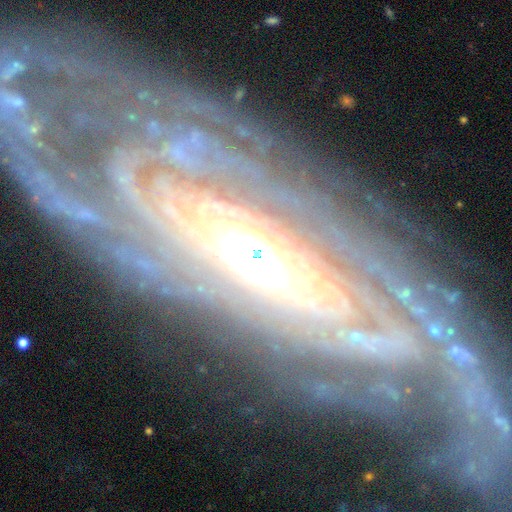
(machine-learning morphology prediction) A featured or disk galaxy (83%) with no bar (57%), tight (69%) spiral arms (81%) and a moderate central bulge (53%).

Vote fractions:
- Smooth or featured? featured or disk: 83% / smooth: 9% / star or artifact: 8%
- Edge-on disk? no: 81% / yes: 19%
- Bar? no: 57% / weak: 25% / strong: 19%
- Spiral arms? yes: 81% / no: 19%
- Spiral winding? tight: 69% / medium: 21% / loose: 11%
- Spiral arm count? can't tell: 45% / 2: 15% / more than 4: 11% / 3: 10% / 4: 9% / 1: 9%
- Bulge size? moderate: 53% / small: 22% / large: 18% / dominant: 3% / none: 3%
- Merging? none: 69% / minor disturbance: 16% / major disturbance: 11% / merger: 3%